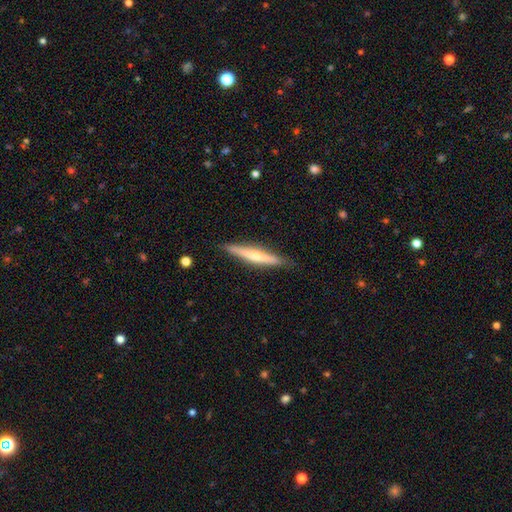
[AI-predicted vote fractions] A featured or disk galaxy (54%) viewed edge-on (96%) with a rounded central bulge (68%).

Vote fractions:
- Smooth or featured? featured or disk: 54% / smooth: 40% / star or artifact: 6%
- Edge-on disk? yes: 96% / no: 4%
- Edge-on bulge? rounded: 68% / none: 26% / boxy: 6%
- Merging? none: 88% / minor disturbance: 10% / major disturbance: 2% / merger: 1%